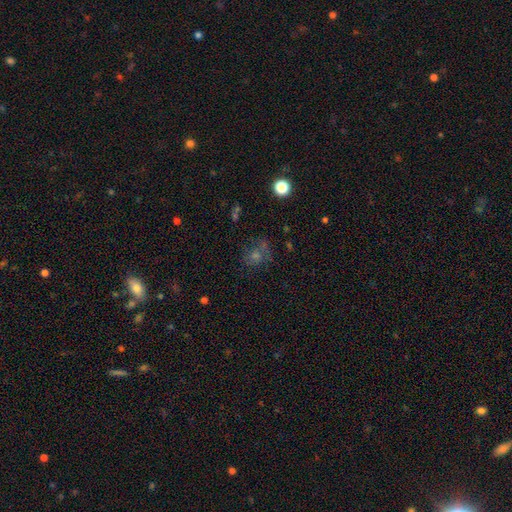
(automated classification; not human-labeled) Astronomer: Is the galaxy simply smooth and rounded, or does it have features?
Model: smooth — 43% (runner-up: star or artifact, 32%).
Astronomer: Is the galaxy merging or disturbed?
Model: none — 61%.